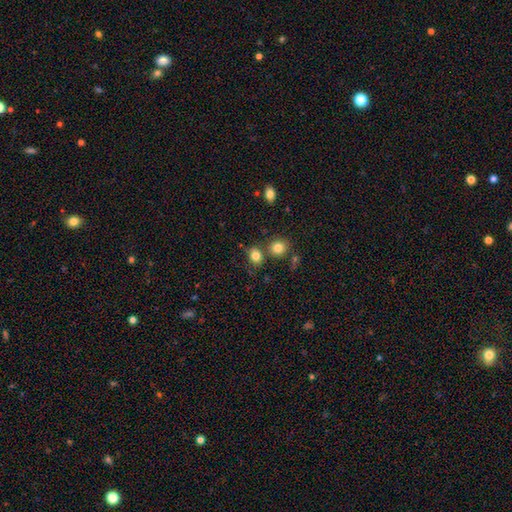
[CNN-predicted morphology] The model was most divided on "how rounded": round: 57%, in between: 41%, cigar-shaped: 1%. More confident: smooth or featured — smooth (83%); merging — none (69%).